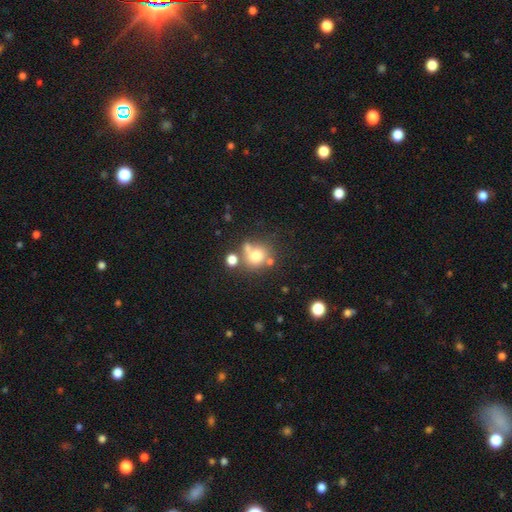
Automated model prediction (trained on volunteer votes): Smooth or featured? Predicted: smooth (p=0.71). How rounded? Predicted: round (p=0.79). Merging? Predicted: none (p=0.51).